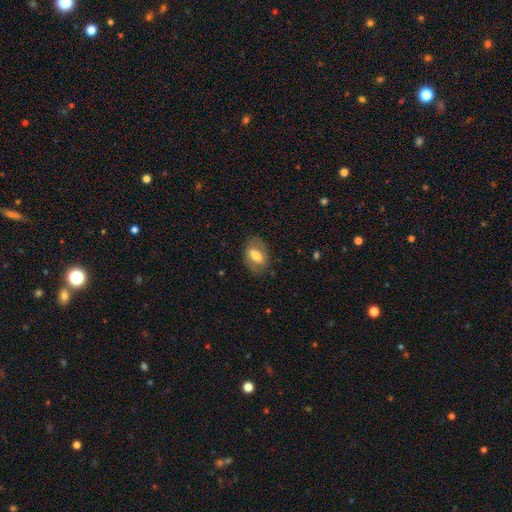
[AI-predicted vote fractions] This is possibly a smooth galaxy (56%). How rounded: clearly in between (86%). Merging: likely none (77%).